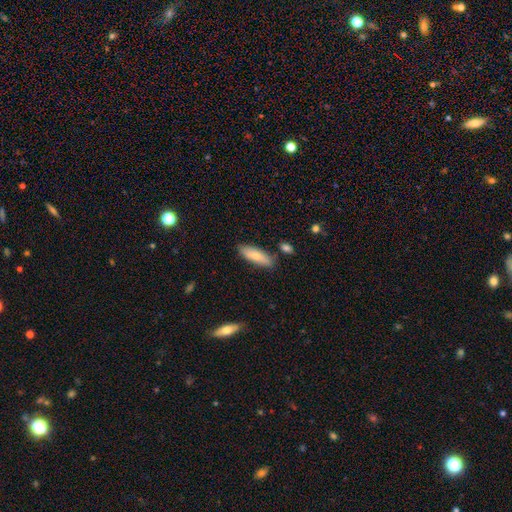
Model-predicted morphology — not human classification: A smooth galaxy with no disk features (76%) that is in between round and cigar-shaped (53%).

Vote fractions:
- Smooth or featured? smooth: 76% / featured or disk: 18% / star or artifact: 6%
- How rounded? in between: 53% / cigar-shaped: 45% / round: 2%
- Merging? none: 81% / minor disturbance: 13% / merger: 4% / major disturbance: 2%